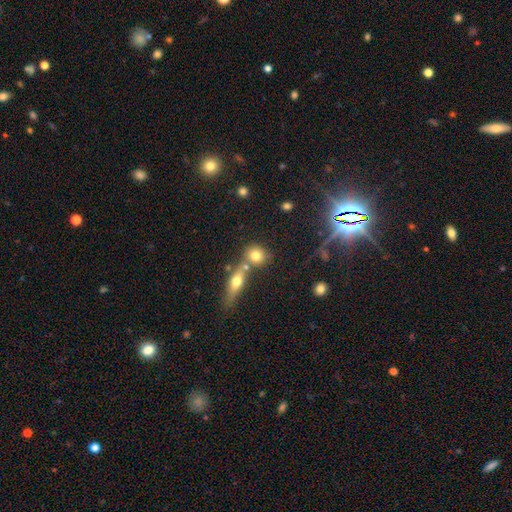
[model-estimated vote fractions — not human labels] Q: Smooth or featured?
A: smooth (75%); runner-up: featured or disk (14%)
Q: How rounded?
A: round (76%); runner-up: in between (20%)
Q: Merging?
A: none (59%); runner-up: merger (28%)